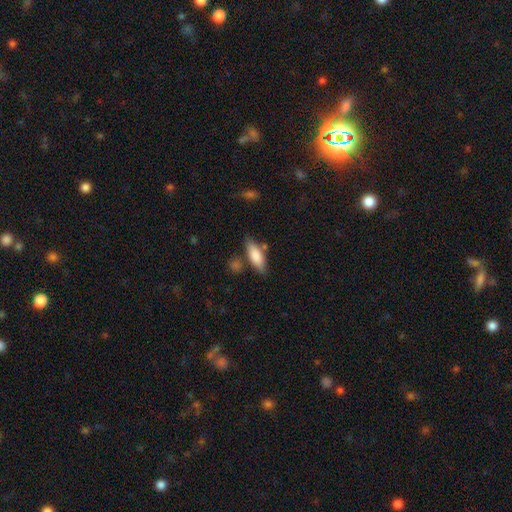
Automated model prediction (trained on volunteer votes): smooth 78%, featured or disk 16%, star or artifact 6%. Down the decision tree: how rounded — in between (63%); merging — none (72%).